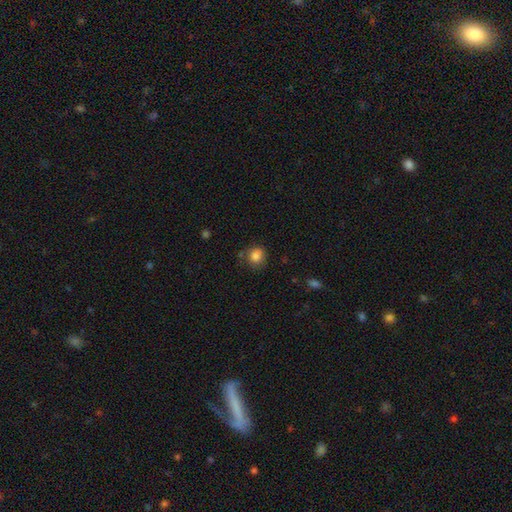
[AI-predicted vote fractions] smooth_or_featured: smooth (p=0.84) [alt: star or artifact p=0.10]
how_rounded: round (p=0.81) [alt: in between p=0.18]
merging: none (p=0.69) [alt: minor disturbance p=0.21]